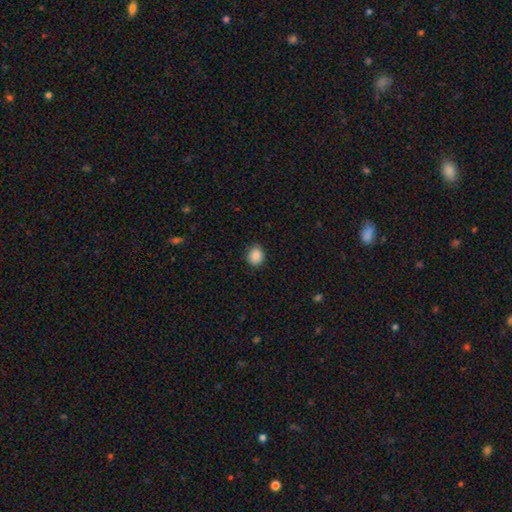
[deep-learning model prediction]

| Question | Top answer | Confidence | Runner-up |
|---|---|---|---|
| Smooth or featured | smooth | 88% | star or artifact (9%) |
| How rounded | round | 67% | in between (32%) |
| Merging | none | 85% | minor disturbance (12%) |